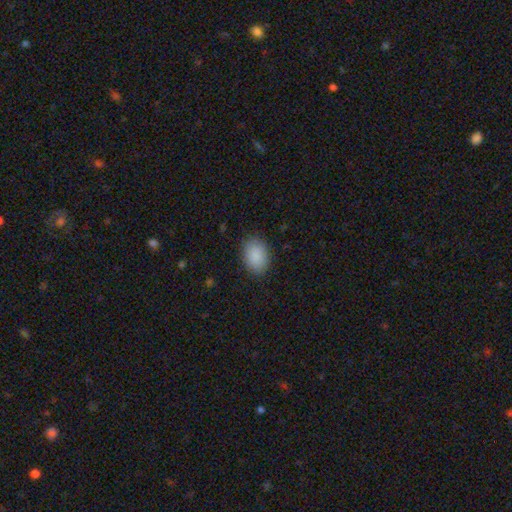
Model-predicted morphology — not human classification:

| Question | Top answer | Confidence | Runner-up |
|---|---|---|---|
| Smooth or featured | smooth | 90% | star or artifact (7%) |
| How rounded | in between | 84% | round (15%) |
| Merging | none | 86% | minor disturbance (10%) |